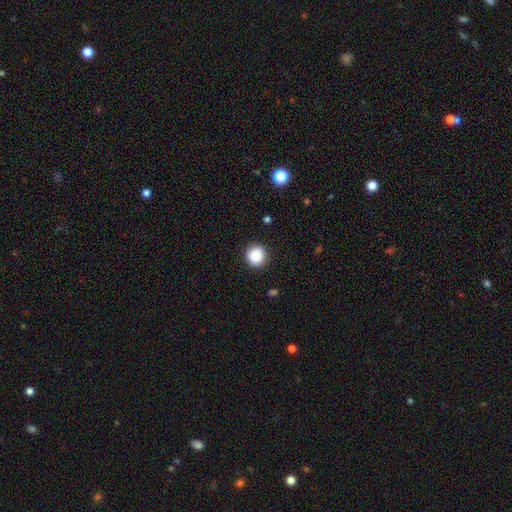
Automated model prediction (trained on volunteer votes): This is clearly a smooth galaxy (88%). How rounded: clearly round (94%). Merging: clearly none (92%).